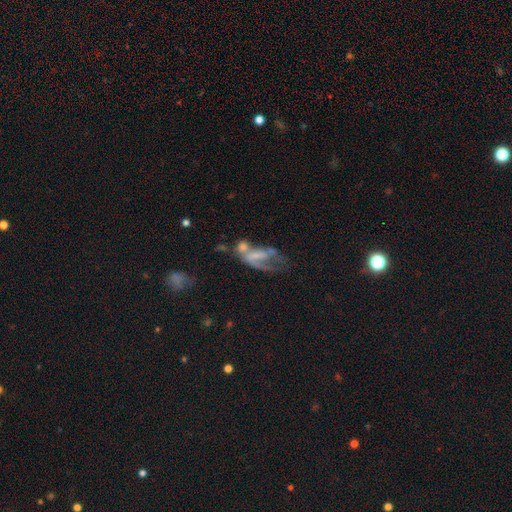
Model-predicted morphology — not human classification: Overall: featured or disk (56%; smooth 32%). Edge-on disk: no (93%). Bar: no (54%; weak 27%). Spiral arms: no (60%; yes 40%). Bulge size: none (55%; small 22%). Merging: major disturbance (38%; merger 33%).